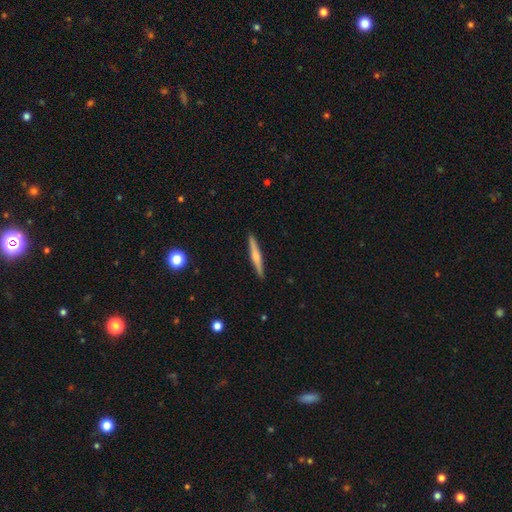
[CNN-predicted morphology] A featured or disk galaxy (52%) viewed edge-on (98%) with a rounded central bulge (62%).

Vote fractions:
- Smooth or featured? featured or disk: 52% / smooth: 42% / star or artifact: 6%
- Edge-on disk? yes: 98% / no: 2%
- Edge-on bulge? rounded: 62% / none: 20% / boxy: 17%
- Merging? none: 91% / minor disturbance: 6% / major disturbance: 1% / merger: 1%